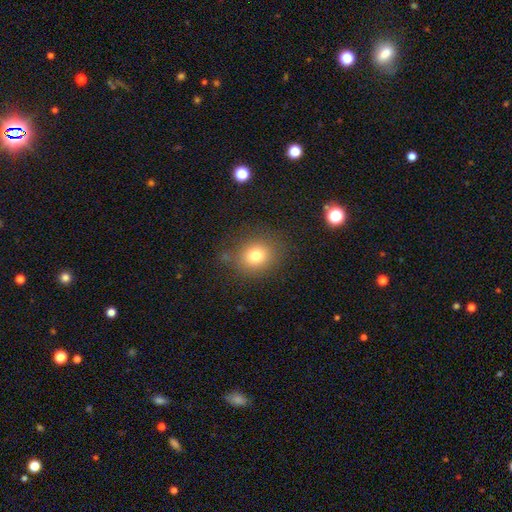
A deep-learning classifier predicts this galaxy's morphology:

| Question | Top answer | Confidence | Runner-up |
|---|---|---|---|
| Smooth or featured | smooth | 77% | star or artifact (13%) |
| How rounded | round | 69% | in between (30%) |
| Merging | none | 80% | minor disturbance (13%) |